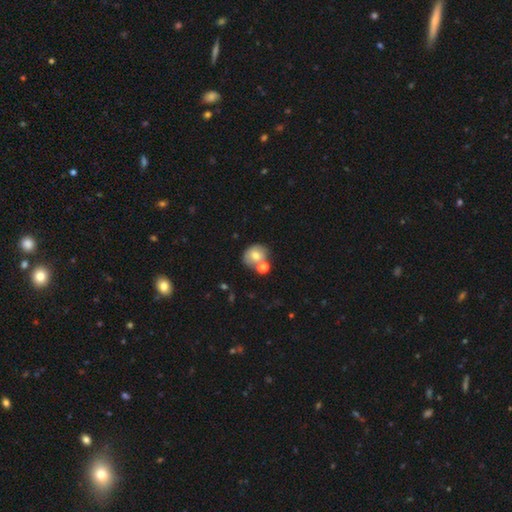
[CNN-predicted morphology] smooth_or_featured: smooth (p=0.71) [alt: featured or disk p=0.19]
how_rounded: round (p=0.76) [alt: in between p=0.23]
merging: none (p=0.49) [alt: merger p=0.33]